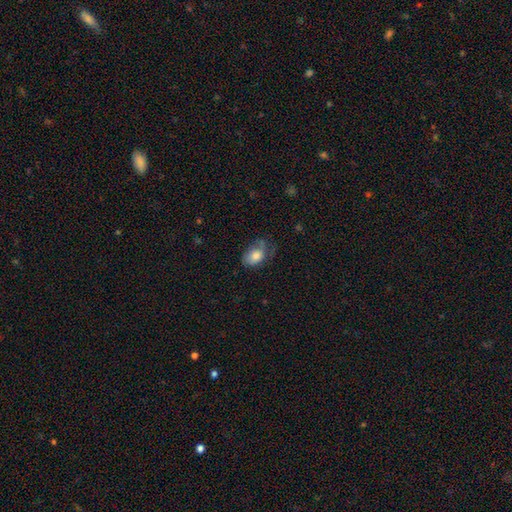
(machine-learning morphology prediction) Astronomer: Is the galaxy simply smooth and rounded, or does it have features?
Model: smooth — 76%.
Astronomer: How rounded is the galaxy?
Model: in between — 86%.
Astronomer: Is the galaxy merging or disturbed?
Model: none — 42% (runner-up: minor disturbance, 35%).